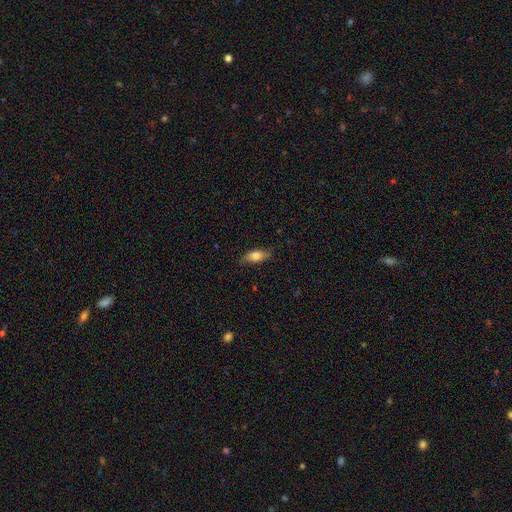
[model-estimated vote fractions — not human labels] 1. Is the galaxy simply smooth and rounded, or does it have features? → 69% smooth, 24% featured or disk, 7% star or artifact.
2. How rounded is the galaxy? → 73% in between, 23% cigar-shaped, 4% round.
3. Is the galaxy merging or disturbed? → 78% none, 17% minor disturbance, 3% major disturbance, 1% merger.